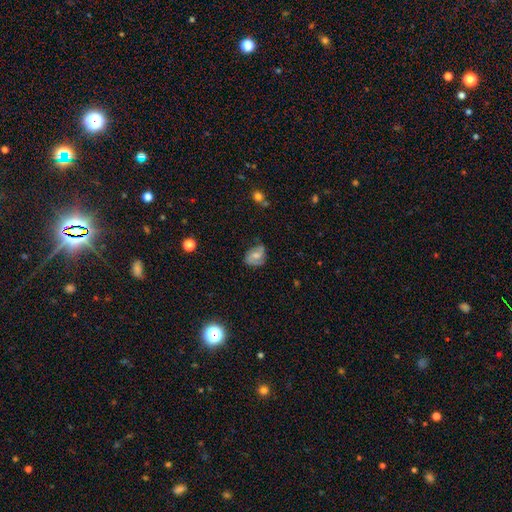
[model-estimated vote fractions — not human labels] Morphology: type=featured or disk (61%); edge-on=no (97%); bar=weak (44%); spiral arms=yes (87%); winding=medium (46%); arm count=2 (74%); bulge=moderate (50%); merging=none (60%).